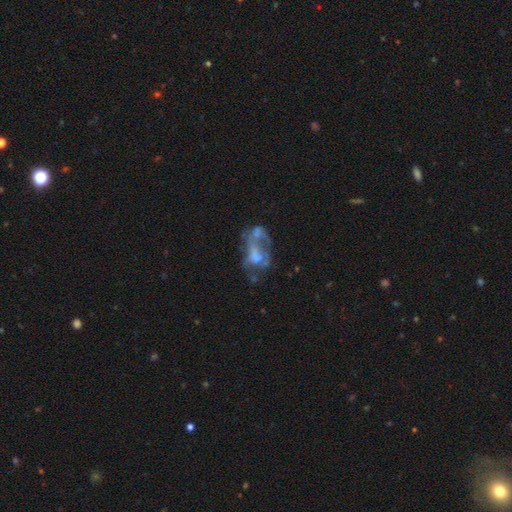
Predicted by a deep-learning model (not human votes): featured or disk 62%, smooth 23%, star or artifact 15%. Down the decision tree: edge-on disk — no (96%); bar — no (78%); spiral arms — no (75%); bulge size — none (33%); merging — major disturbance (30%, tied with merger).